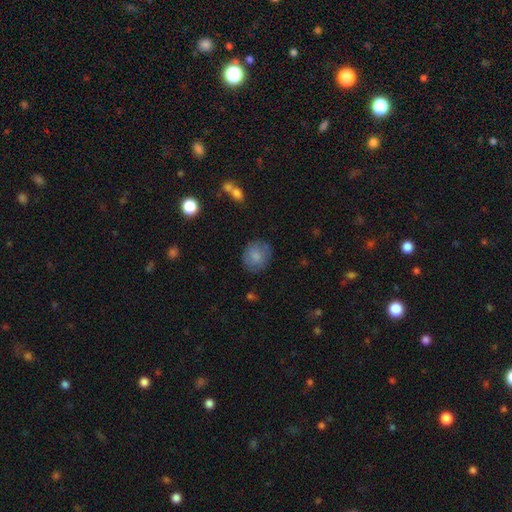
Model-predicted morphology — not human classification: This appears to be a smooth galaxy with no disk features (79%) that is round (80%). Merging: none (79%).